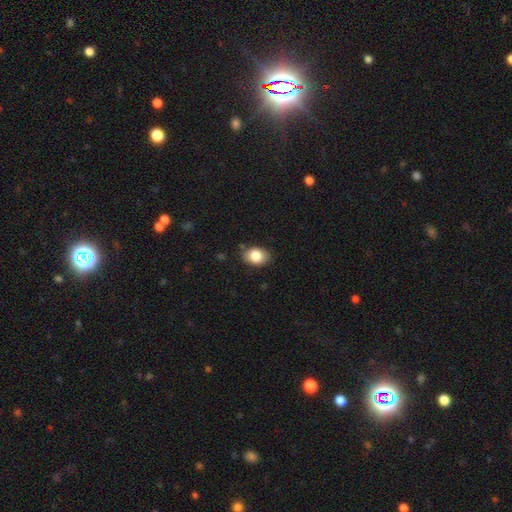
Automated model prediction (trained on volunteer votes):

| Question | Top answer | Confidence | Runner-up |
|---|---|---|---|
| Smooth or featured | smooth | 84% | star or artifact (8%) |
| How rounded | in between | 73% | round (26%) |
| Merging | none | 80% | minor disturbance (15%) |